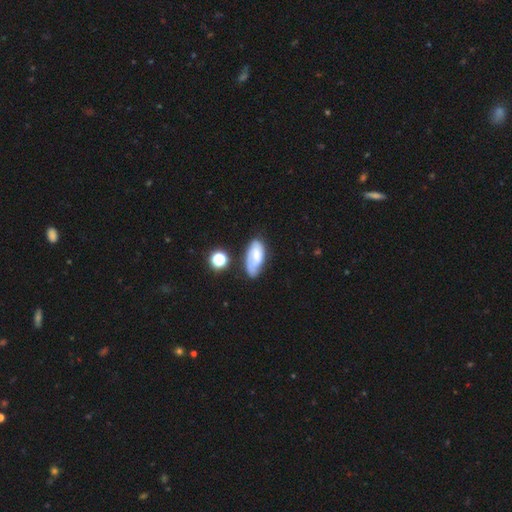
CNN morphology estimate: Smooth or featured? Predicted: smooth (p=0.48). Merging? Predicted: none (p=0.52).